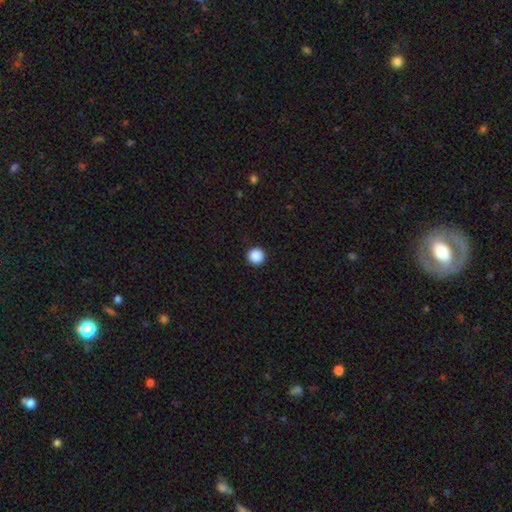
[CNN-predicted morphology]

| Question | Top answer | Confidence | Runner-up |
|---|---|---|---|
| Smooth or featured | smooth | 88% | star or artifact (10%) |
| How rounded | round | 97% | in between (2%) |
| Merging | none | 94% | minor disturbance (4%) |